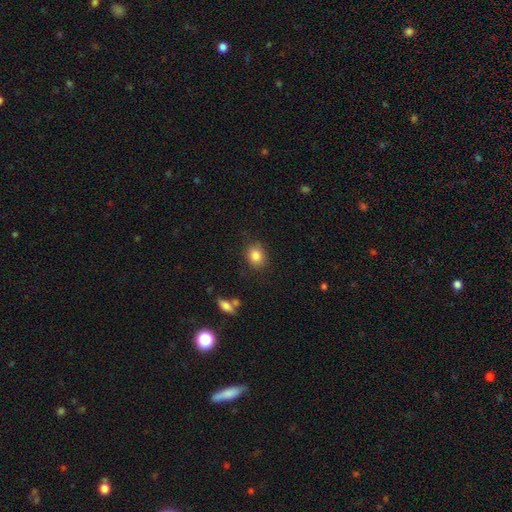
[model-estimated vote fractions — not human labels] Morphology: type=smooth (85%); roundness=round (65%); merging=none (84%).